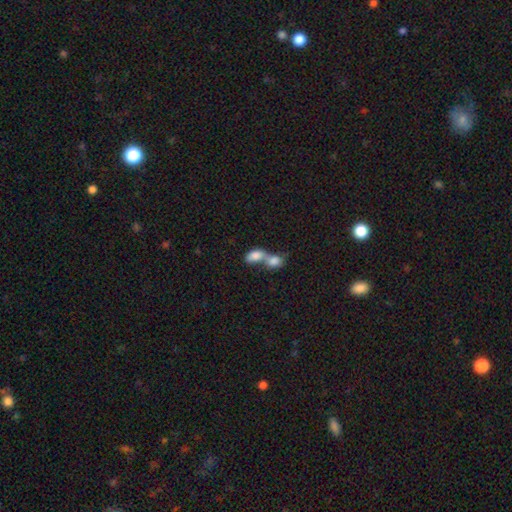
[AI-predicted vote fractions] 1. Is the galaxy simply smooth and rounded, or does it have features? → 80% smooth, 12% featured or disk, 7% star or artifact.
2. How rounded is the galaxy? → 80% in between, 17% round, 3% cigar-shaped.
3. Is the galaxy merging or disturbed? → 82% merger, 10% none, 4% minor disturbance, 3% major disturbance.